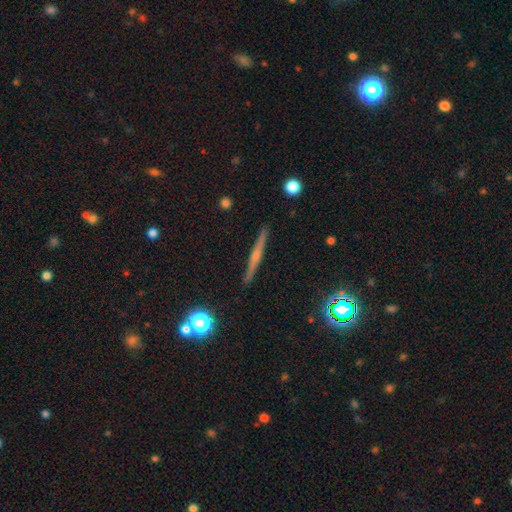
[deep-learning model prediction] The model was most divided on "edge-on bulge": rounded: 63%, none: 27%, boxy: 10%. More confident: edge-on disk — yes (98%); merging — none (91%); smooth or featured — featured or disk (67%).